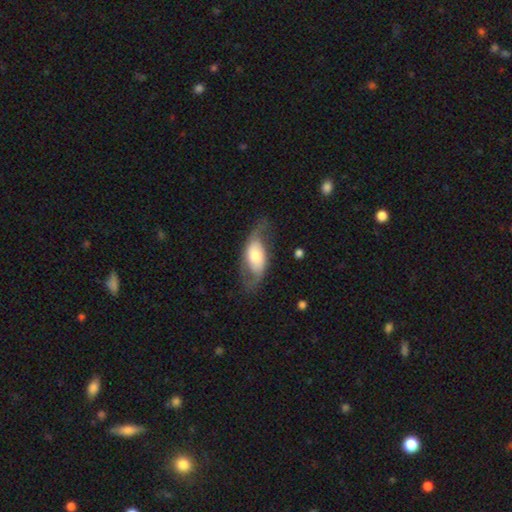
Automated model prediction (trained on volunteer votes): Smooth or featured?
  - featured or disk: 64% *
  - smooth: 30%
  - star or artifact: 6%
Edge-on disk?
  - no: 90% *
  - yes: 10%
Bar?
  - no: 62% *
  - weak: 26%
  - strong: 12%
Spiral arms?
  - yes: 80% *
  - no: 20%
Bulge size?
  - moderate: 51% *
  - small: 23%
  - large: 20%
  - dominant: 4%
  - none: 2%
Merging?
  - none: 61% *
  - minor disturbance: 22%
  - major disturbance: 16%
  - merger: 2%